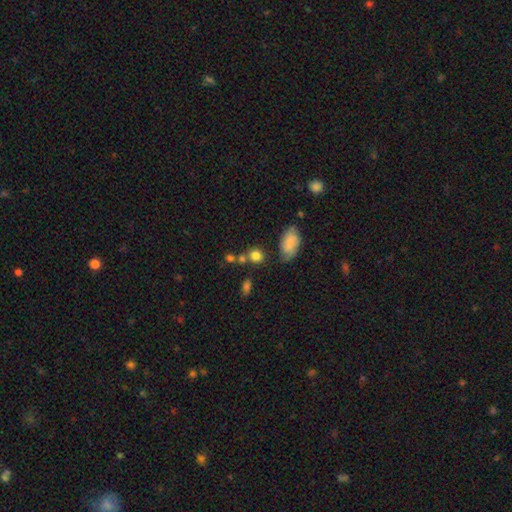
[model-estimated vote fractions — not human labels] A smooth galaxy with no disk features (80%) that is round (74%).

Vote fractions:
- Smooth or featured? smooth: 80% / star or artifact: 11% / featured or disk: 9%
- How rounded? round: 74% / in between: 24% / cigar-shaped: 2%
- Merging? none: 62% / merger: 19% / minor disturbance: 14% / major disturbance: 5%